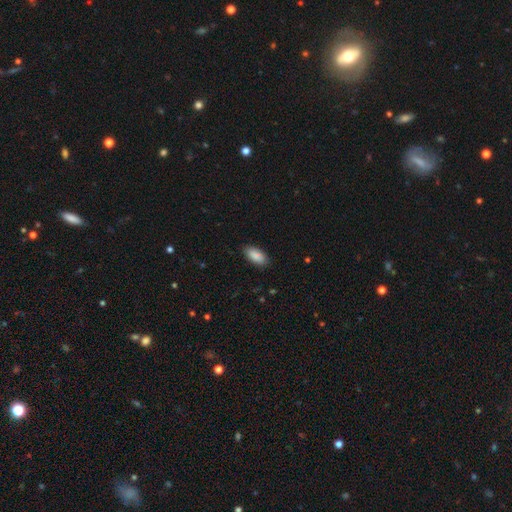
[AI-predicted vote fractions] smooth_or_featured: smooth (p=0.89) [alt: star or artifact p=0.06]
how_rounded: in between (p=0.91) [alt: cigar-shaped p=0.07]
merging: none (p=0.87) [alt: minor disturbance p=0.10]